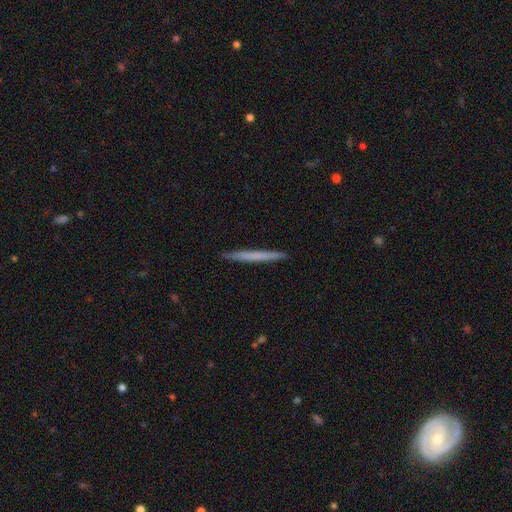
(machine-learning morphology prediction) Smooth or featured? smooth (57%)
How rounded? cigar-shaped (97%)
Merging? none (92%)